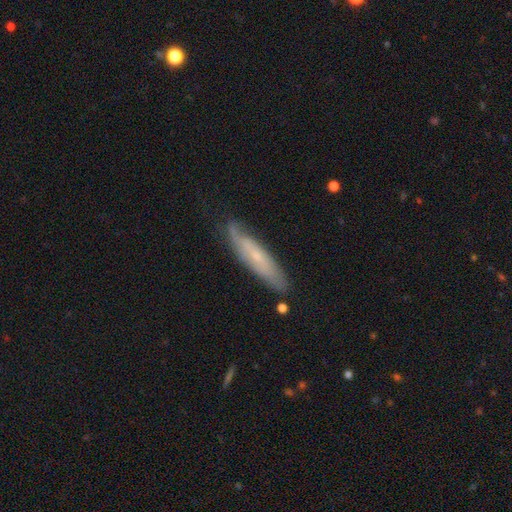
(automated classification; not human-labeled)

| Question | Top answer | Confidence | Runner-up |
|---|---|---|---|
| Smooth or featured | featured or disk | 53% | smooth (40%) |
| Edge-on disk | no | 51% | yes (49%) |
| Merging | none | 72% | minor disturbance (21%) |